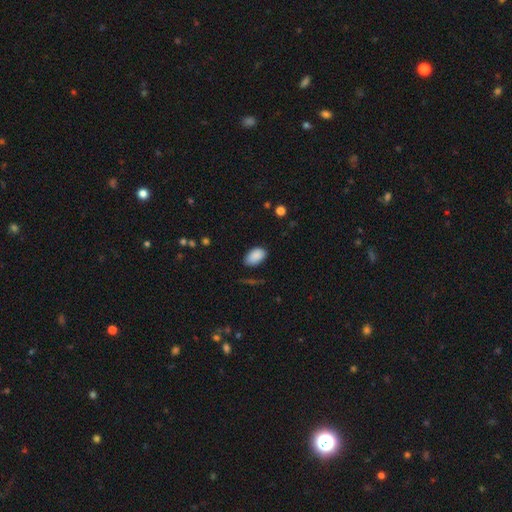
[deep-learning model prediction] Q: Smooth or featured?
A: smooth (89%); runner-up: star or artifact (7%)
Q: How rounded?
A: in between (93%); runner-up: round (6%)
Q: Merging?
A: none (77%); runner-up: minor disturbance (18%)